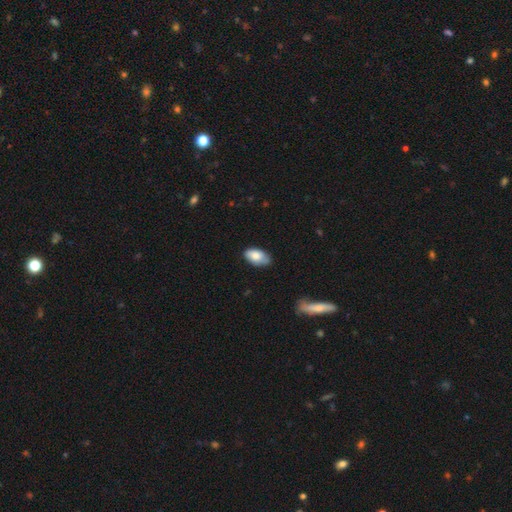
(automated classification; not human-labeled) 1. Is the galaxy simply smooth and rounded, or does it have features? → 77% smooth, 16% featured or disk, 7% star or artifact.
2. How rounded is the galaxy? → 94% in between, 5% round, 2% cigar-shaped.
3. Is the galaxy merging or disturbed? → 68% none, 27% minor disturbance, 4% major disturbance, 2% merger.